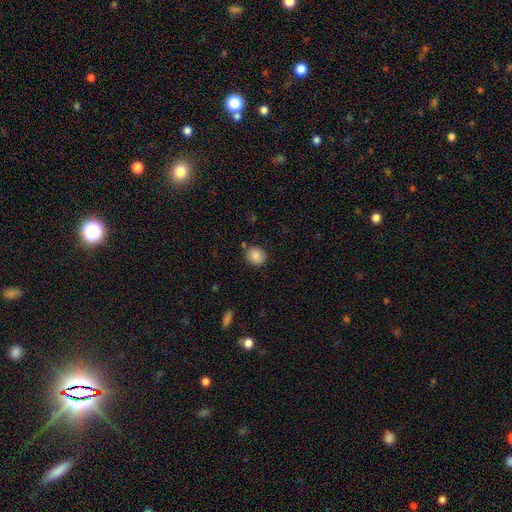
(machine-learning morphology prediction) Smooth or featured?
  - smooth: 86% *
  - star or artifact: 8%
  - featured or disk: 6%
How rounded?
  - round: 69% *
  - in between: 30%
  - cigar-shaped: 1%
Merging?
  - none: 82% *
  - minor disturbance: 11%
  - merger: 4%
  - major disturbance: 3%